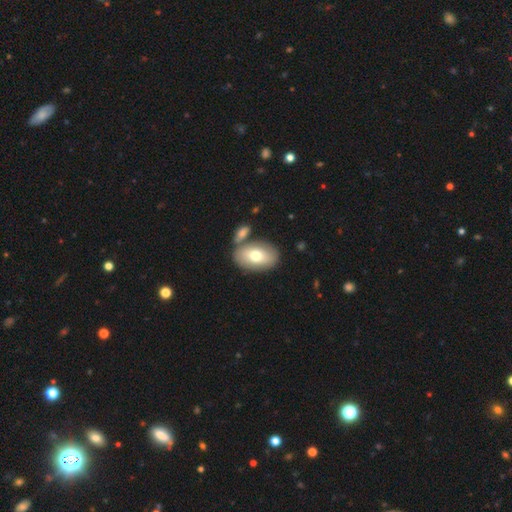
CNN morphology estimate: Smooth or featured? Predicted: smooth (p=0.69). How rounded? Predicted: in between (p=0.88). Merging? Predicted: none (p=0.65).